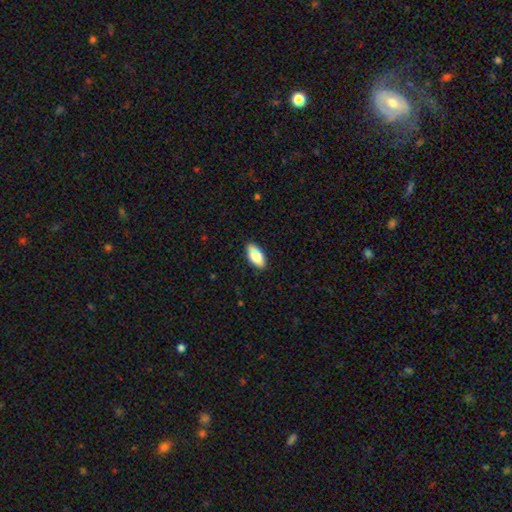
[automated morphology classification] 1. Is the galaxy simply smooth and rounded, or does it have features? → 76% smooth, 18% featured or disk, 7% star or artifact.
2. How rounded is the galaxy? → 89% in between, 8% cigar-shaped, 3% round.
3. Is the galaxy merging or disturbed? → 87% none, 10% minor disturbance, 2% major disturbance, 1% merger.